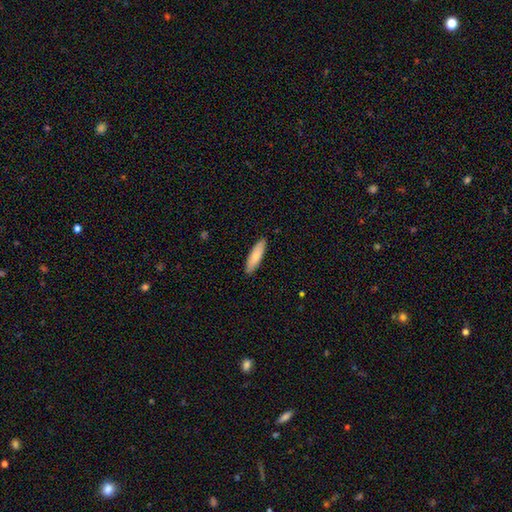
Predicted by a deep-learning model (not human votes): Smooth or featured?
  - smooth: 80% *
  - featured or disk: 15%
  - star or artifact: 5%
How rounded?
  - cigar-shaped: 64% *
  - in between: 35%
  - round: 2%
Merging?
  - none: 89% *
  - minor disturbance: 8%
  - major disturbance: 1%
  - merger: 1%